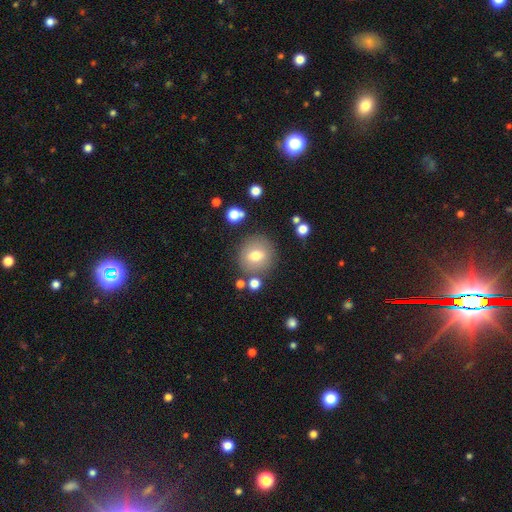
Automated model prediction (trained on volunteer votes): smooth_or_featured: smooth (p=0.71) [alt: featured or disk p=0.19]
how_rounded: round (p=0.86) [alt: in between p=0.13]
merging: none (p=0.79) [alt: minor disturbance p=0.11]